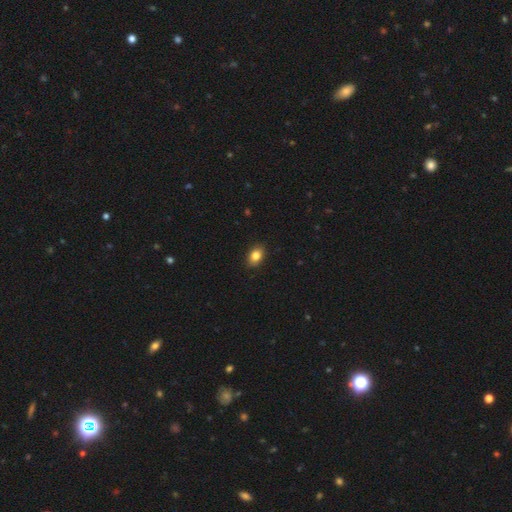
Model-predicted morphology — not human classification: A smooth galaxy with no disk features (84%) that is in between round and cigar-shaped (76%). Merging: none (89%).